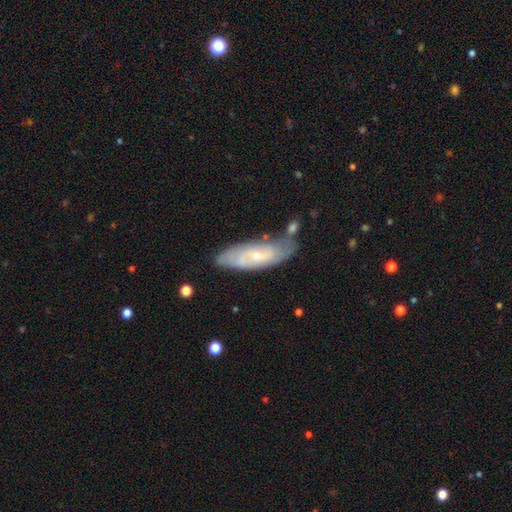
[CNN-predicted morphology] Smooth or featured: featured or disk — 58% (smooth — 35%)
Edge-on disk: no — 81% (yes — 19%)
Merging: none — 62% (minor disturbance — 23%)